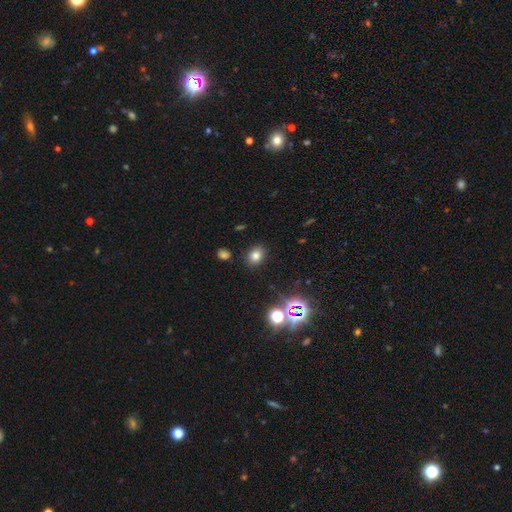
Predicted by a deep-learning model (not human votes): Smooth or featured: smooth — 75% (star or artifact — 17%)
How rounded: in between — 52% (round — 47%)
Merging: none — 87% (minor disturbance — 8%)